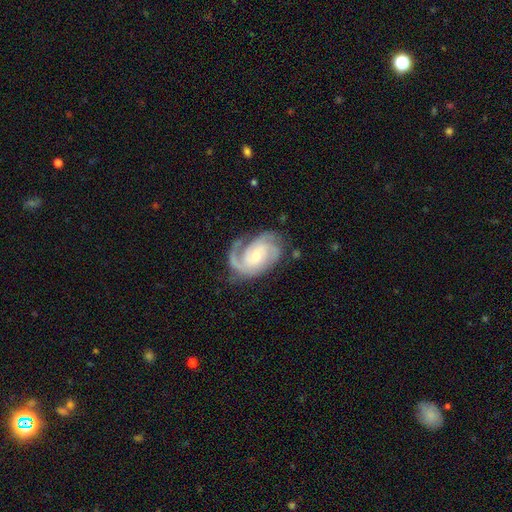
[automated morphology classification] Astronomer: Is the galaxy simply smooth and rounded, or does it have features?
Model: featured or disk — 89%.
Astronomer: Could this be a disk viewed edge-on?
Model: no — 97%.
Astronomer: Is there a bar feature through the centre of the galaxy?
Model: no — 57% (runner-up: weak, 33%).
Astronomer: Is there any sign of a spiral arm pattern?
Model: yes — 98%.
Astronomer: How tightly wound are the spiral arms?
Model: tight — 55% (runner-up: medium, 36%).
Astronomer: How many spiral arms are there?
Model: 2 — 41% (runner-up: 3, 29%).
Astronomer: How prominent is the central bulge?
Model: small — 51% (runner-up: moderate, 44%).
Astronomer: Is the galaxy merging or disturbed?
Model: none — 68%.